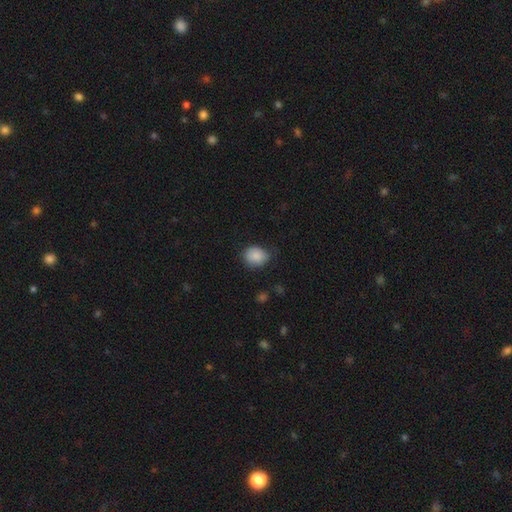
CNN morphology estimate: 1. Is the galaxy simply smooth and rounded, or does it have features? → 87% smooth, 8% star or artifact, 4% featured or disk.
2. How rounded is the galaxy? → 61% round, 38% in between, 1% cigar-shaped.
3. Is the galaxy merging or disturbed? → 71% none, 23% minor disturbance, 5% major disturbance, 1% merger.